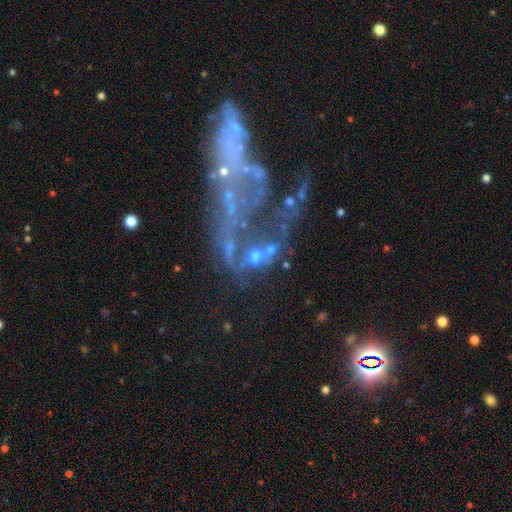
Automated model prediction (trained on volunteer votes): Overall: featured or disk (45%; smooth 28%). Merging: merger (34%; none 28%).